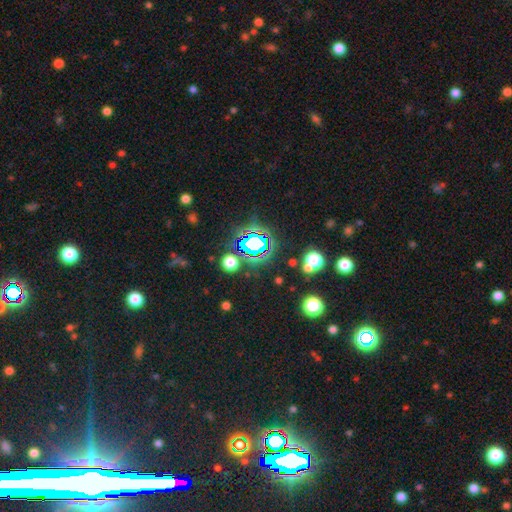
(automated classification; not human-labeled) Overall: star or artifact (70%).